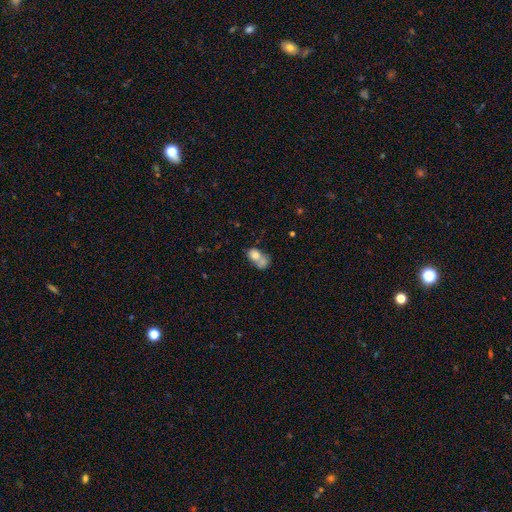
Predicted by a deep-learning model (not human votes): smooth_or_featured: smooth (p=0.72) [alt: featured or disk p=0.19]
how_rounded: in between (p=0.63) [alt: round p=0.35]
merging: merger (p=0.63) [alt: none p=0.18]